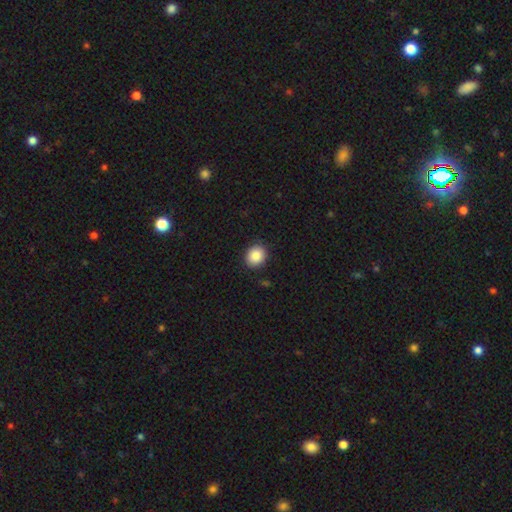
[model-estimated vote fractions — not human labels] smooth_or_featured: smooth (p=0.88) [alt: star or artifact p=0.08]
how_rounded: round (p=0.70) [alt: in between p=0.29]
merging: none (p=0.89) [alt: minor disturbance p=0.07]